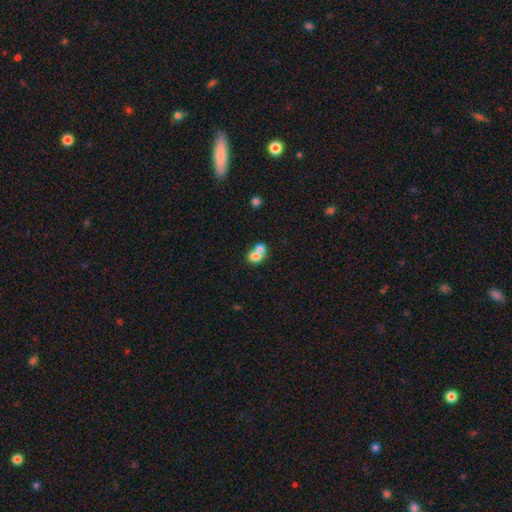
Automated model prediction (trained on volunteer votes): This appears to be a smooth galaxy with no disk features (73%) that is round (57%). Merging: merger (68%).